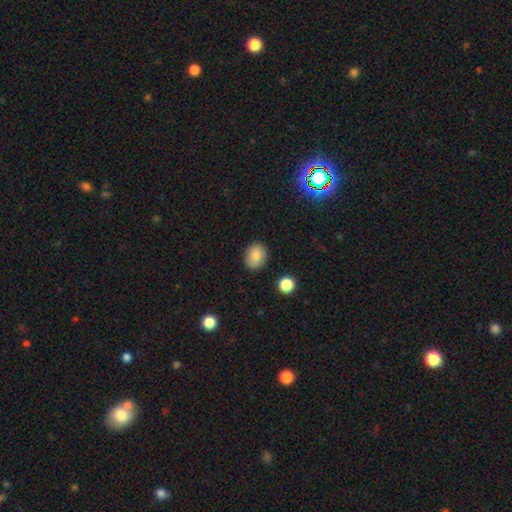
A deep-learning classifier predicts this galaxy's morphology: This is clearly a smooth galaxy (83%). How rounded: possibly round (57%). Merging: clearly none (88%).